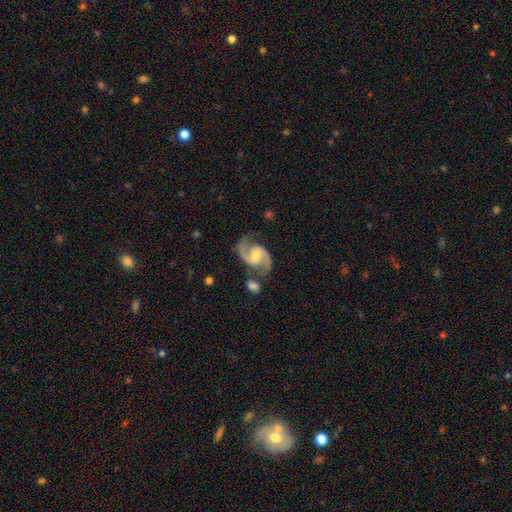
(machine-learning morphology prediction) type=featured or disk (91%); edge-on=no (98%); bar=weak (47%); spiral arms=yes (98%); winding=medium (60%); arm count=2 (94%); bulge=moderate (46%); merging=none (67%).